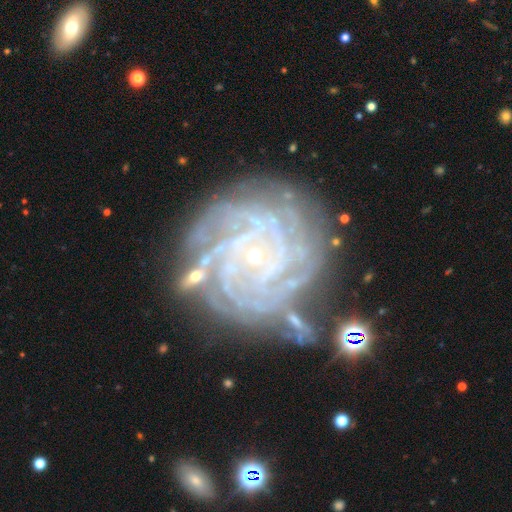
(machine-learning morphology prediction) The model was most divided on "spiral arm count": more than 4: 29%, 4: 25%, can't tell: 18%, 3: 12%, 2: 9%, 1: 8%. More confident: edge-on disk — no (98%); spiral arms — yes (98%); smooth or featured — featured or disk (89%); bulge size — small (87%); spiral winding — tight (83%); bar — no (72%); merging — none (69%).